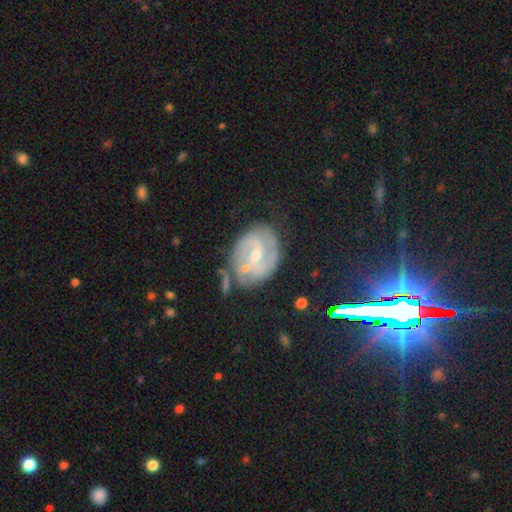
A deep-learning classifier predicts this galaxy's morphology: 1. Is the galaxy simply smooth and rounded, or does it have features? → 78% featured or disk, 15% smooth, 7% star or artifact.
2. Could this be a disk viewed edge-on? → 97% no, 3% yes.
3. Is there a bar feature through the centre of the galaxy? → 55% weak, 28% no, 17% strong.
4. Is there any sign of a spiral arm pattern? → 89% yes, 11% no.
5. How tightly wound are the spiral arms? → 44% tight, 42% medium, 14% loose.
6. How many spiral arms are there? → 67% 2, 18% can't tell, 7% 3, 3% 1, 2% 4, 2% more than 4.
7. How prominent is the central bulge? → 50% small, 46% moderate, 2% none, 2% large, 1% dominant.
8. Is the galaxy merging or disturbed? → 65% none, 21% minor disturbance, 8% major disturbance, 6% merger.